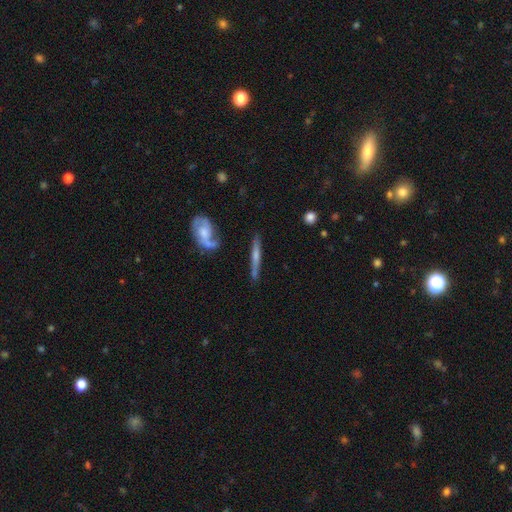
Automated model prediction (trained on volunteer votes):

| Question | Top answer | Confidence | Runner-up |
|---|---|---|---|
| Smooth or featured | featured or disk | 60% | smooth (24%) |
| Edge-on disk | yes | 71% | no (29%) |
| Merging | none | 70% | minor disturbance (14%) |